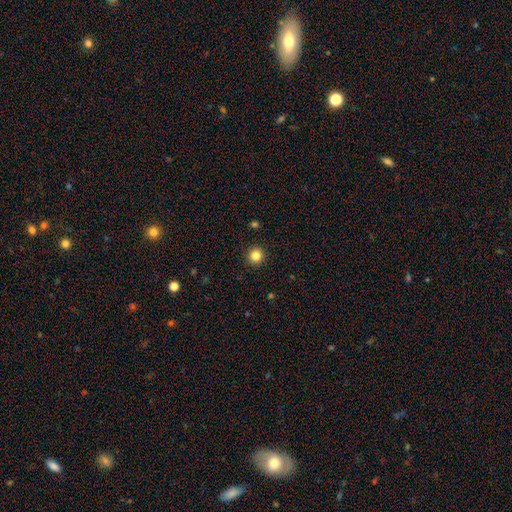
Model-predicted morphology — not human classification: Smooth or featured?
  - smooth: 84% *
  - star or artifact: 12%
  - featured or disk: 5%
How rounded?
  - round: 95% *
  - in between: 5%
  - cigar-shaped: 1%
Merging?
  - none: 93% *
  - minor disturbance: 5%
  - major disturbance: 2%
  - merger: 1%